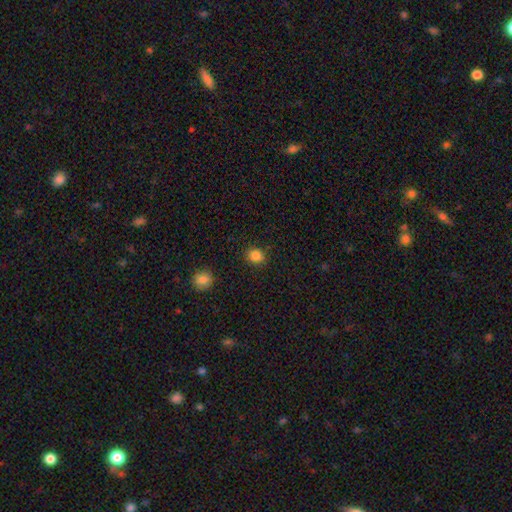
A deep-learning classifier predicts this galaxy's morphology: smooth_or_featured: smooth (p=0.85) [alt: star or artifact p=0.11]
how_rounded: round (p=0.75) [alt: in between p=0.24]
merging: none (p=0.89) [alt: minor disturbance p=0.07]